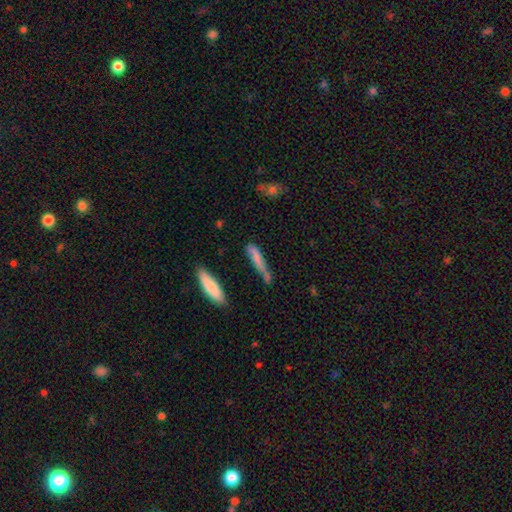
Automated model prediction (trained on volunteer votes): Smooth or featured: smooth — 71% (featured or disk — 22%)
How rounded: cigar-shaped — 85% (in between — 13%)
Merging: none — 48% (minor disturbance — 26%)